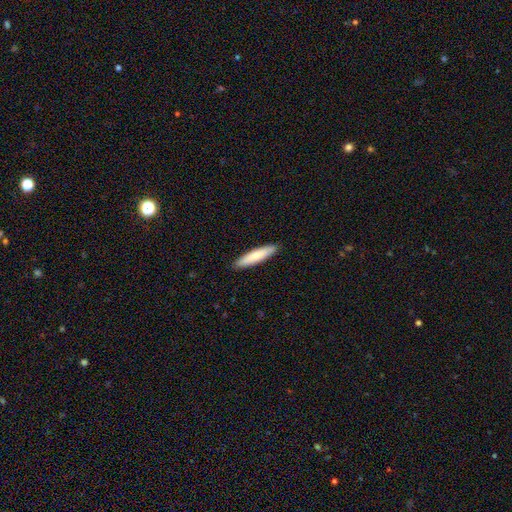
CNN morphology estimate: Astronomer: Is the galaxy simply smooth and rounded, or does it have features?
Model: smooth — 77%.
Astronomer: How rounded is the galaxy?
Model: cigar-shaped — 84%.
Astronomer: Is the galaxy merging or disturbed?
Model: none — 91%.